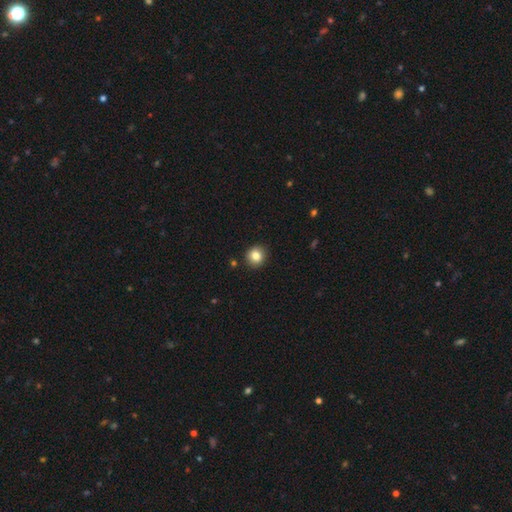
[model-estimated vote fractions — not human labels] A smooth galaxy with no disk features (83%) that is round (88%). Merging: none (90%).